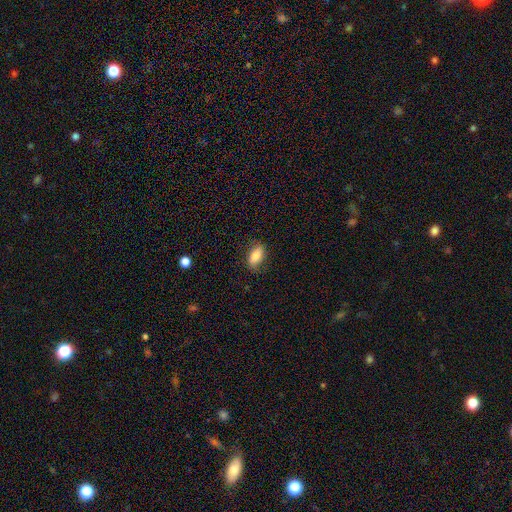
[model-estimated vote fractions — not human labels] A smooth galaxy with no disk features (79%) that is in between round and cigar-shaped (88%). Merging: none (81%).